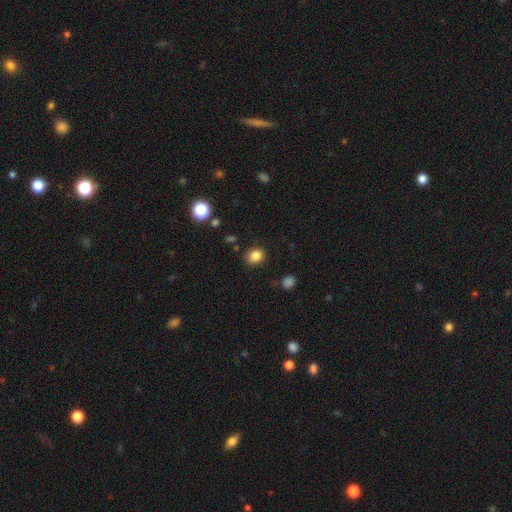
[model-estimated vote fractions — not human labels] smooth_or_featured: smooth (p=0.84) [alt: star or artifact p=0.11]
how_rounded: round (p=0.66) [alt: in between p=0.34]
merging: none (p=0.85) [alt: minor disturbance p=0.11]